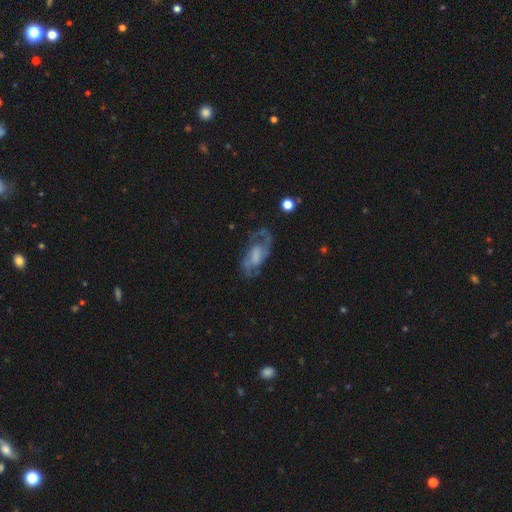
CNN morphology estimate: Smooth or featured?
  - featured or disk: 74% *
  - smooth: 18%
  - star or artifact: 8%
Edge-on disk?
  - no: 94% *
  - yes: 6%
Bar?
  - no: 43% *
  - weak: 41%
  - strong: 16%
Spiral arms?
  - yes: 86% *
  - no: 14%
Spiral winding?
  - medium: 47% *
  - loose: 33%
  - tight: 20%
Spiral arm count?
  - 2: 74% *
  - can't tell: 13%
  - 1: 6%
  - 3: 4%
  - 4: 2%
  - more than 4: 2%
Bulge size?
  - none: 40% *
  - moderate: 21%
  - large: 20%
  - small: 16%
  - dominant: 2%
Merging?
  - none: 57% *
  - minor disturbance: 21%
  - major disturbance: 20%
  - merger: 3%